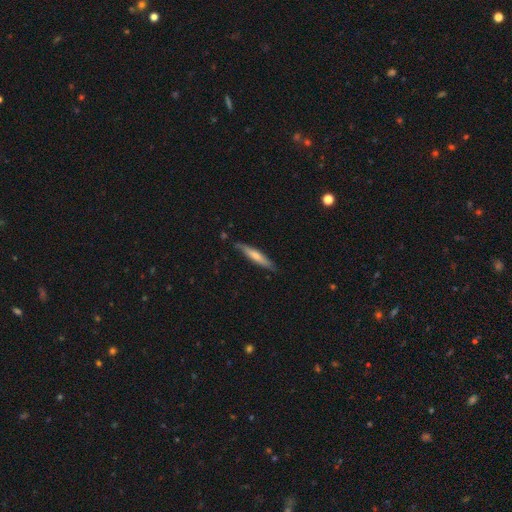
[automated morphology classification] Smooth or featured: smooth — 58% (featured or disk — 37%)
How rounded: cigar-shaped — 90% (in between — 9%)
Merging: none — 80% (minor disturbance — 16%)